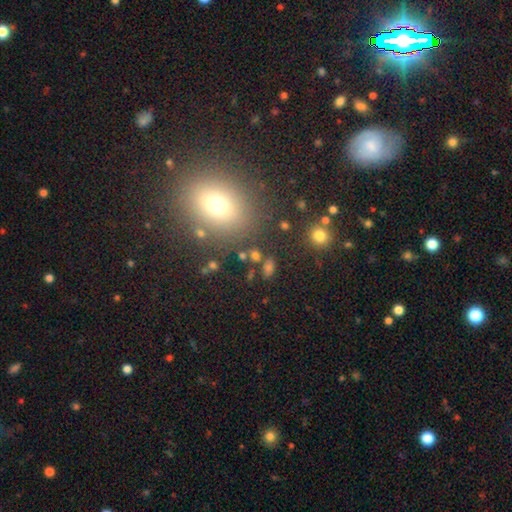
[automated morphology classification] Smooth or featured?
  - smooth: 57% *
  - star or artifact: 30%
  - featured or disk: 13%
How rounded?
  - in between: 49% *
  - round: 47%
  - cigar-shaped: 5%
Merging?
  - none: 79% *
  - minor disturbance: 10%
  - merger: 7%
  - major disturbance: 5%